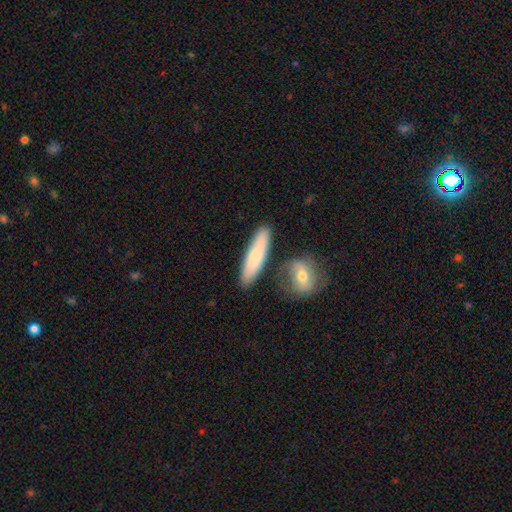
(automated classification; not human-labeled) Overall: smooth (75%). How rounded: cigar-shaped (70%). Merging: none (77%).